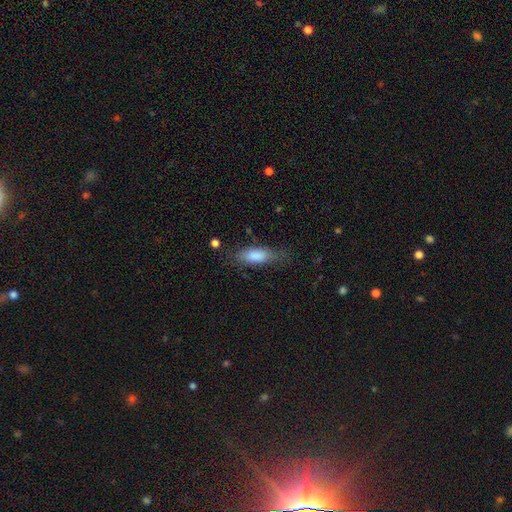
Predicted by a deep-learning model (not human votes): Smooth or featured? Predicted: smooth (p=0.84). How rounded? Predicted: in between (p=0.72). Merging? Predicted: none (p=0.68).